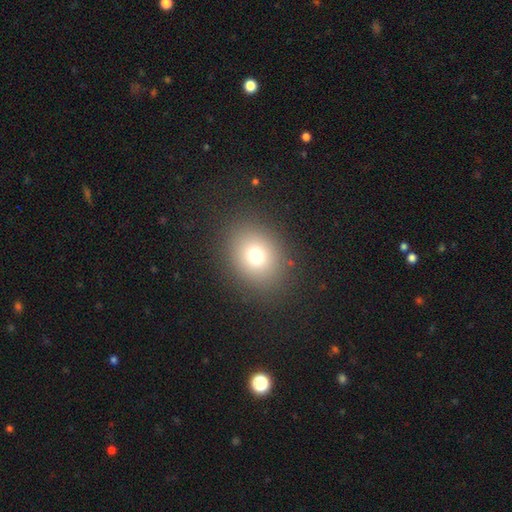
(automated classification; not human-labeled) This appears to be a smooth galaxy with no disk features (73%) that is round (58%). Merging: none (86%).